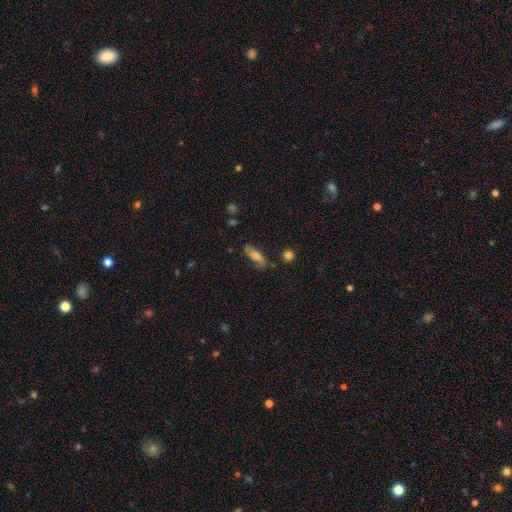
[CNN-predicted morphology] This appears to be a smooth galaxy with no disk features (67%) that is in between round and cigar-shaped (59%). Merging: none (72%).